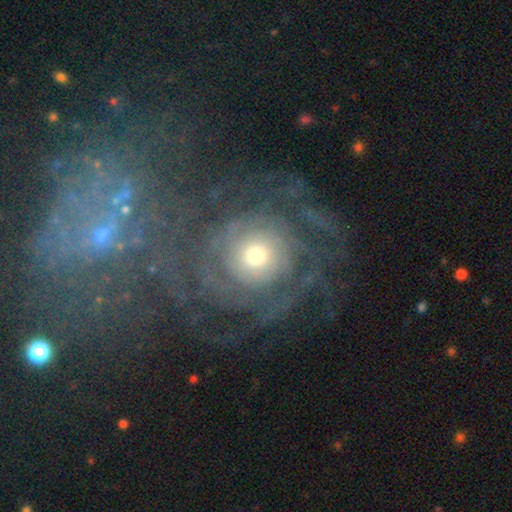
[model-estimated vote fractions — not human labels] Smooth or featured: featured or disk — 79% (smooth — 13%)
Edge-on disk: no — 97% (yes — 3%)
Bar: no — 84% (weak — 12%)
Spiral arms: yes — 88% (no — 12%)
Spiral winding: tight — 73% (medium — 19%)
Spiral arm count: can't tell — 40% (more than 4 — 13%)
Bulge size: moderate — 55% (small — 32%)
Merging: none — 61% (major disturbance — 17%)